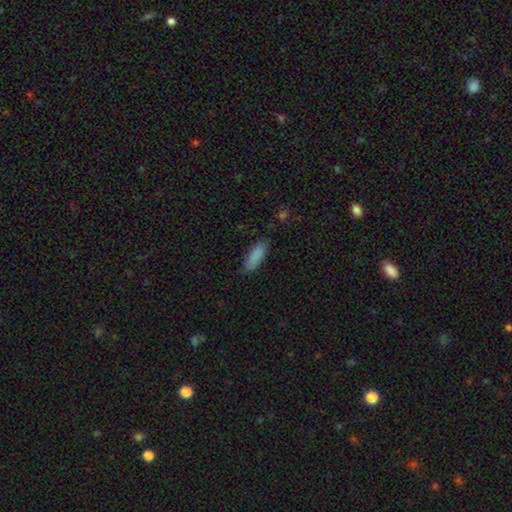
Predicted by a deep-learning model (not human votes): The model was most divided on "how rounded": in between: 57%, cigar-shaped: 41%, round: 2%. More confident: smooth or featured — smooth (88%); merging — none (82%).